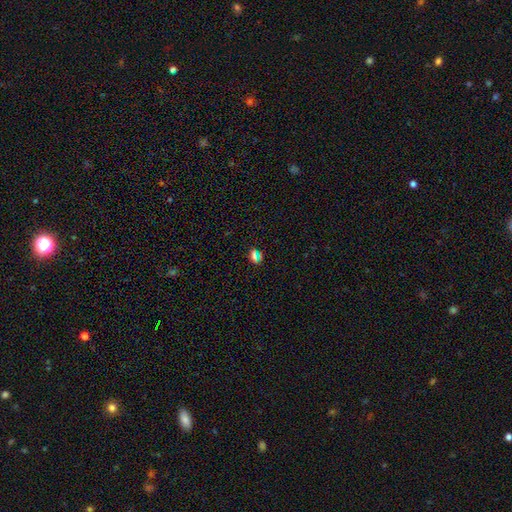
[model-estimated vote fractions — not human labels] A smooth galaxy with no disk features (47%).

Vote fractions:
- Smooth or featured? smooth: 47% / star or artifact: 42% / featured or disk: 11%
- Merging? none: 79% / minor disturbance: 11% / major disturbance: 5% / merger: 5%